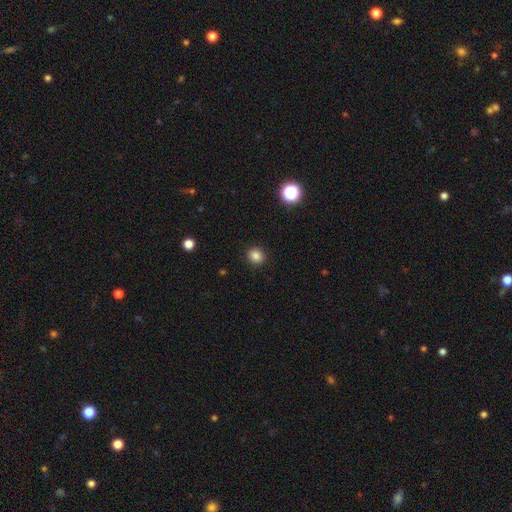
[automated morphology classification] Smooth or featured? smooth (84%)
How rounded? round (83%)
Merging? none (91%)